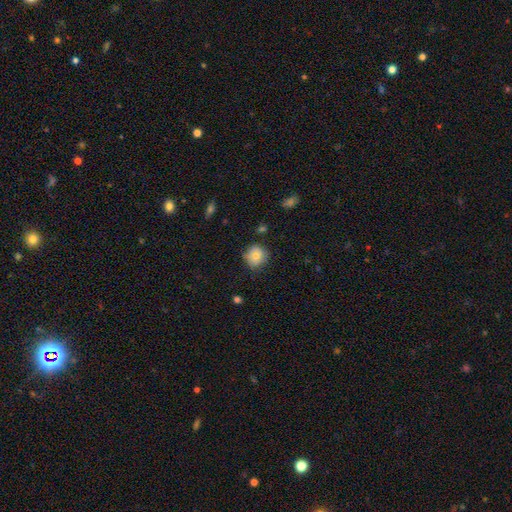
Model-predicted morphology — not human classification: smooth_or_featured: smooth (p=0.79) [alt: featured or disk p=0.12]
how_rounded: round (p=0.89) [alt: in between p=0.10]
merging: none (p=0.78) [alt: minor disturbance p=0.17]